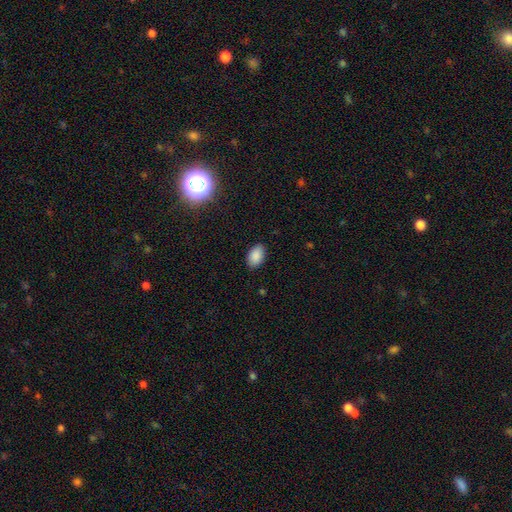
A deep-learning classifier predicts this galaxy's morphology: The model was most divided on "merging": none: 88%, minor disturbance: 9%, major disturbance: 2%, merger: 1%. More confident: how rounded — in between (91%); smooth or featured — smooth (88%).